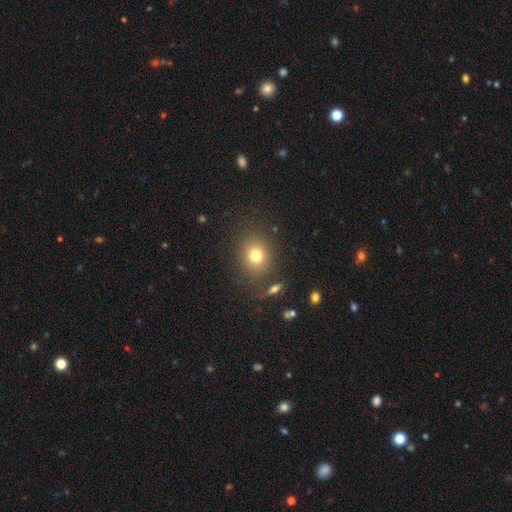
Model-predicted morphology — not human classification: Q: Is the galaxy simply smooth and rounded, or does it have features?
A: smooth — 77%.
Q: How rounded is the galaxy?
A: round — 68%.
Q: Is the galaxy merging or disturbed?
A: none — 81%.